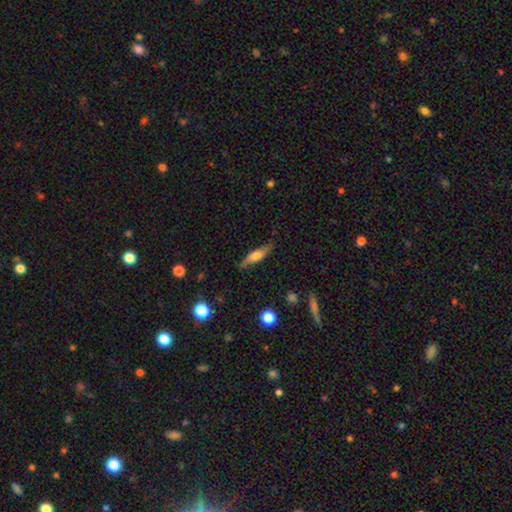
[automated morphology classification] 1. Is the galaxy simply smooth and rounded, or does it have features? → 50% smooth, 43% featured or disk, 7% star or artifact.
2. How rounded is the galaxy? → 70% cigar-shaped, 27% in between, 3% round.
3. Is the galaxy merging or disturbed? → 78% none, 16% minor disturbance, 4% major disturbance, 2% merger.